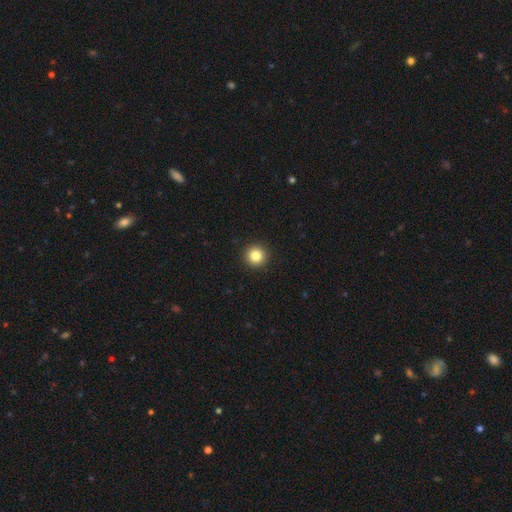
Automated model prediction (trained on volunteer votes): A smooth galaxy with no disk features (84%) that is round (96%).

Vote fractions:
- Smooth or featured? smooth: 84% / star or artifact: 11% / featured or disk: 5%
- How rounded? round: 96% / in between: 3% / cigar-shaped: 1%
- Merging? none: 94% / minor disturbance: 4% / major disturbance: 1% / merger: 1%